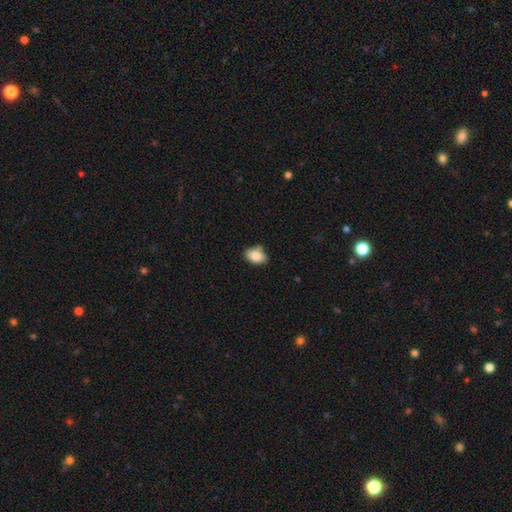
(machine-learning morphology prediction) This is clearly a smooth galaxy (86%). How rounded: clearly in between (85%). Merging: likely none (69%).